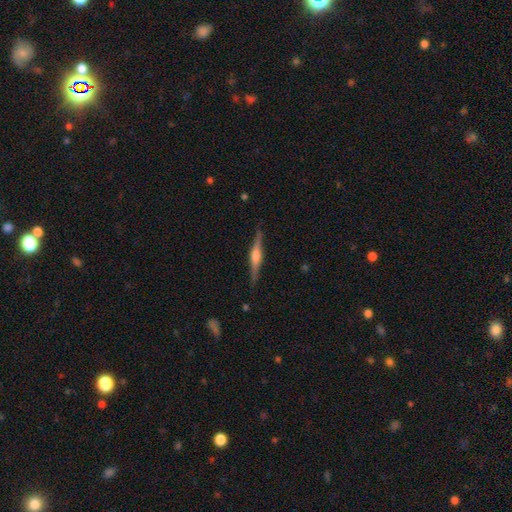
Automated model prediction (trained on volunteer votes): A featured or disk galaxy (77%) viewed edge-on (98%) with a rounded central bulge (79%). Merging: none (88%).